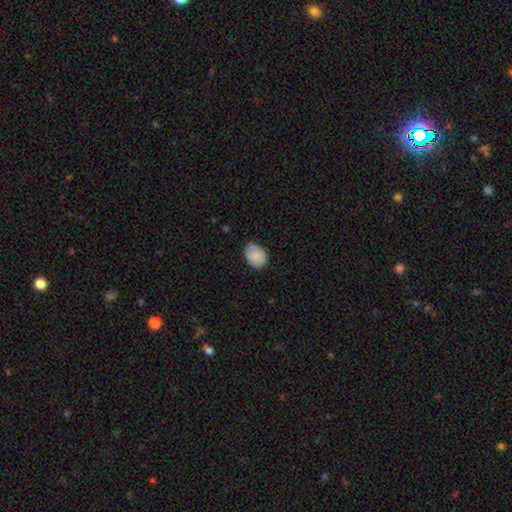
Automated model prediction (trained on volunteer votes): smooth 84%, featured or disk 9%, star or artifact 7%. Down the decision tree: how rounded — in between (59%); merging — none (74%).